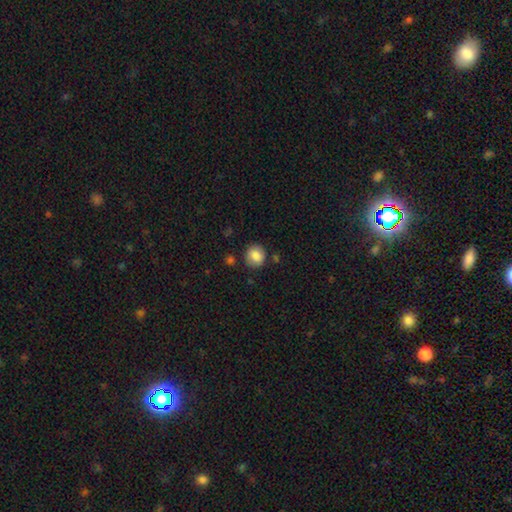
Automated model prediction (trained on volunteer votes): This is clearly a smooth galaxy (85%). How rounded: clearly round (84%). Merging: clearly none (82%).